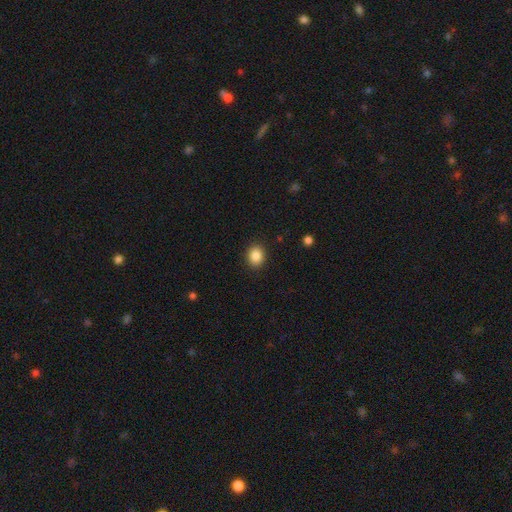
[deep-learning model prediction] This appears to be a smooth galaxy with no disk features (87%) that is round (62%). Merging: none (90%).